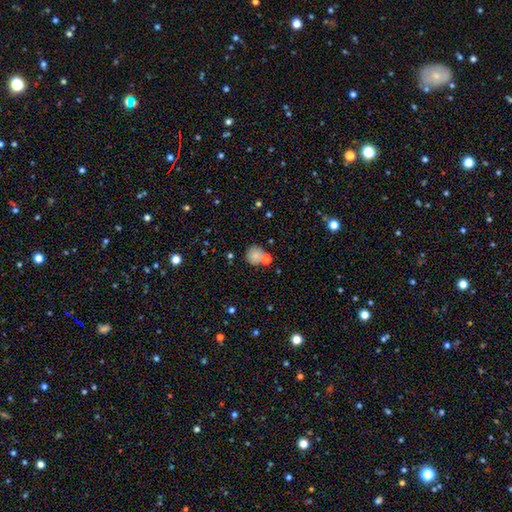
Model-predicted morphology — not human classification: smooth_or_featured: smooth (p=0.77) [alt: featured or disk p=0.12]
how_rounded: round (p=0.85) [alt: in between p=0.14]
merging: none (p=0.60) [alt: merger p=0.20]